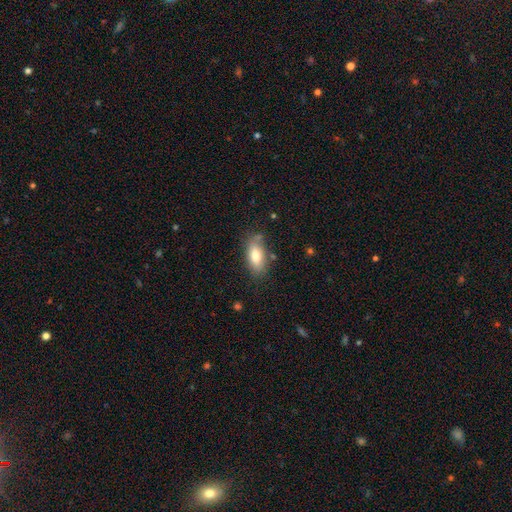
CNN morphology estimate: type=smooth (77%); roundness=in between (87%); merging=none (74%).